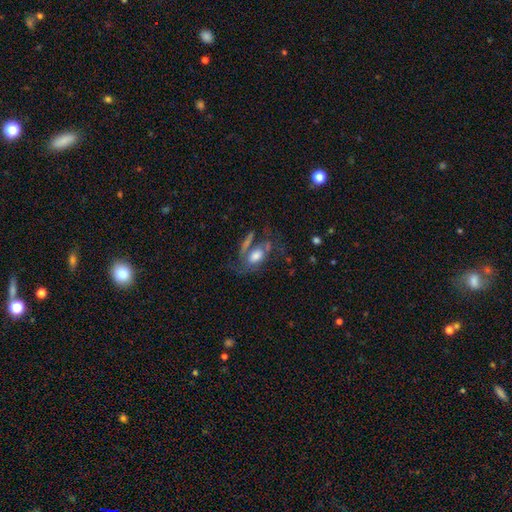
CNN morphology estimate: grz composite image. It shows a featured or disk galaxy (52%). Merging: none (36%).